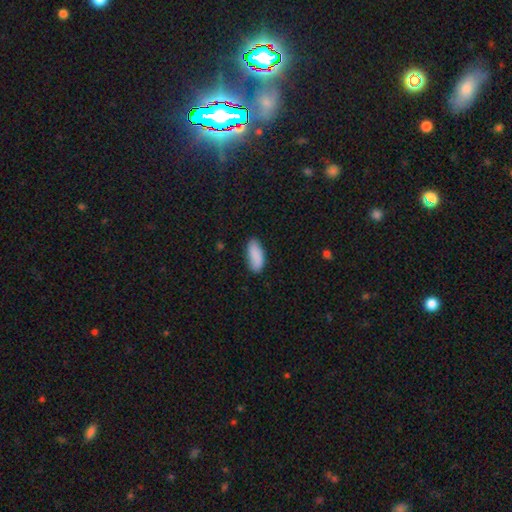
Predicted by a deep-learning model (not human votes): Q: Smooth or featured?
A: smooth (88%); runner-up: star or artifact (6%)
Q: How rounded?
A: in between (85%); runner-up: cigar-shaped (13%)
Q: Merging?
A: none (81%); runner-up: minor disturbance (15%)